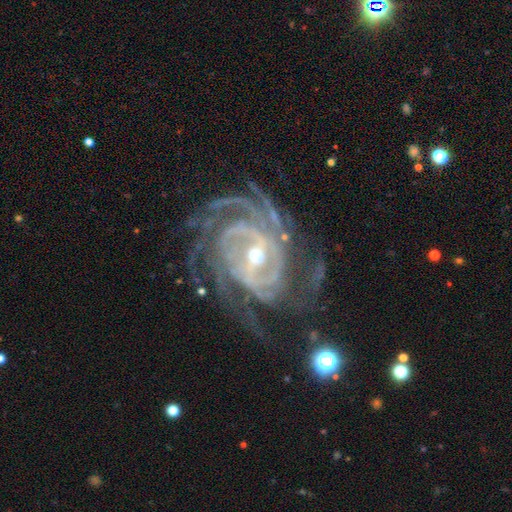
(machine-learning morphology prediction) type=featured or disk (92%); edge-on=no (97%); bar=strong (38%, tied with weak); spiral arms=yes (98%); winding=tight (66%); arm count=4 (27%); bulge=small (48%, tied with moderate); merging=none (66%).